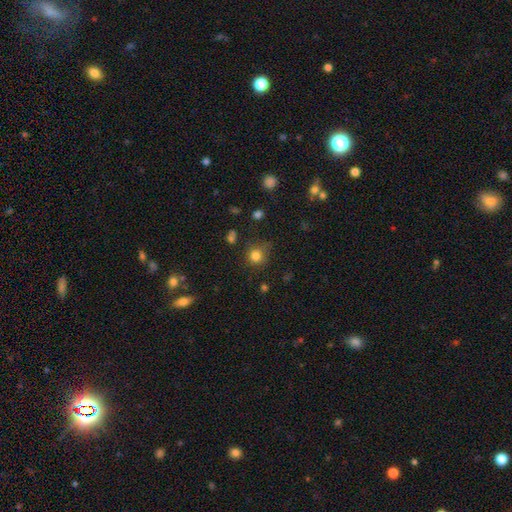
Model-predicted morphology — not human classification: Smooth or featured? Predicted: smooth (p=0.81). How rounded? Predicted: round (p=0.88). Merging? Predicted: none (p=0.70).